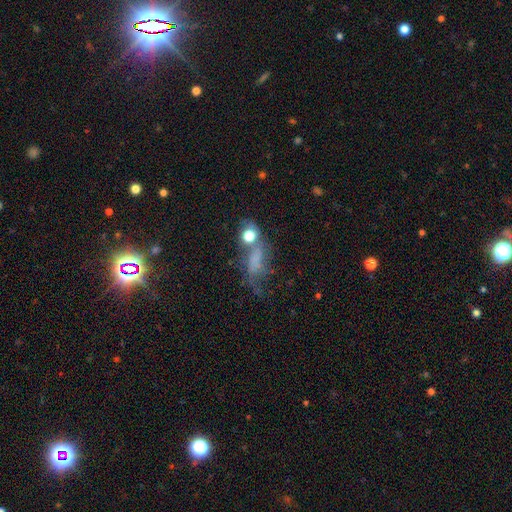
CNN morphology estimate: Smooth or featured?
  - smooth: 37% *
  - featured or disk: 32%
  - star or artifact: 30%
Merging?
  - none: 36% *
  - major disturbance: 29%
  - minor disturbance: 20%
  - merger: 14%